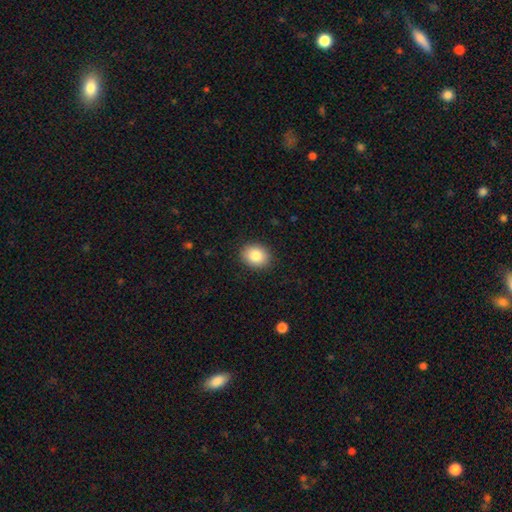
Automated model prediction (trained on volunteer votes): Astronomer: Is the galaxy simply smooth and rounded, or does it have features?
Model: smooth — 84%.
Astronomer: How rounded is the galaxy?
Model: round — 51% (runner-up: in between, 48%).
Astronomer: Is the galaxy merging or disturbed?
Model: none — 90%.